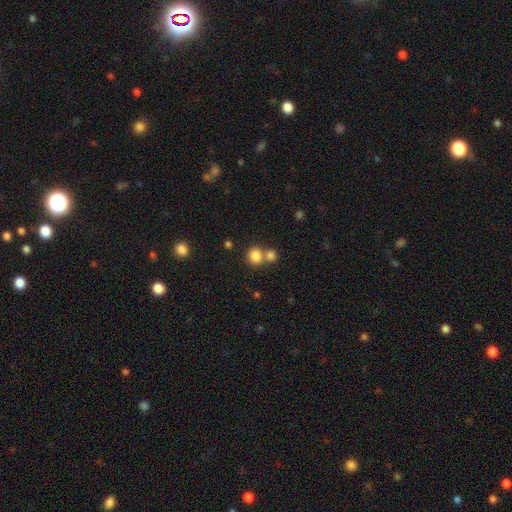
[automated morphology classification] smooth_or_featured: smooth (p=0.83) [alt: star or artifact p=0.11]
how_rounded: round (p=0.80) [alt: in between p=0.19]
merging: none (p=0.53) [alt: merger p=0.36]